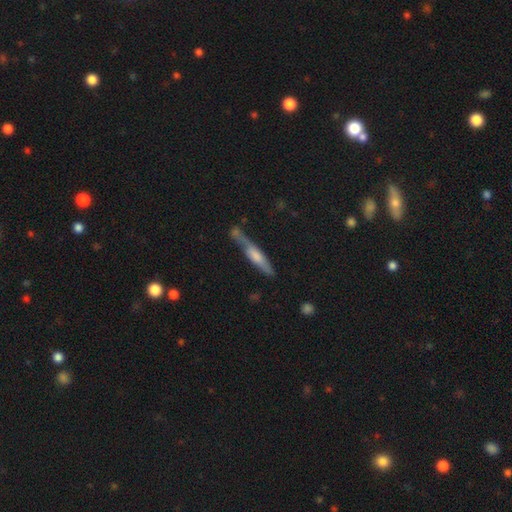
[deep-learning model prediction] Smooth or featured? featured or disk (49%)
Merging? none (53%)